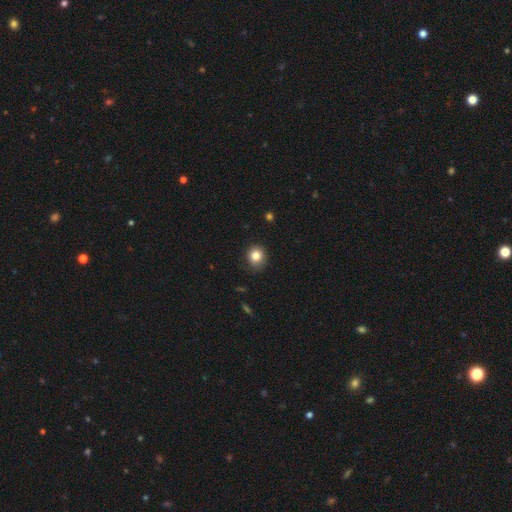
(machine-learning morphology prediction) This is clearly a smooth galaxy (84%). How rounded: clearly round (82%). Merging: clearly none (85%).